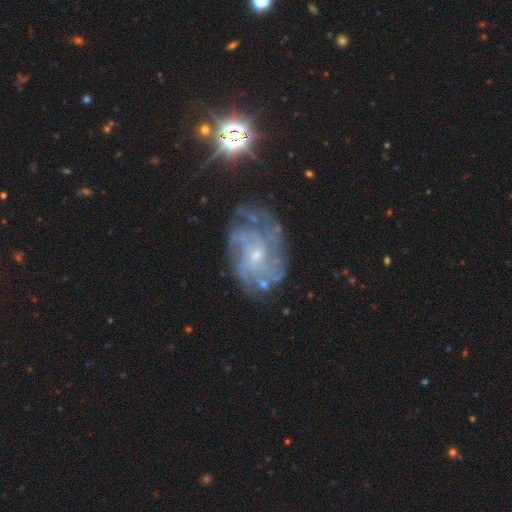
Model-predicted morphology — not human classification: The model was most divided on "spiral arm count": can't tell: 36%, 4: 20%, more than 4: 14%, 3: 13%, 2: 10%, 1: 7%. More confident: edge-on disk — no (97%); spiral arms — yes (95%); smooth or featured — featured or disk (84%); bulge size — small (70%); merging — none (68%); bar — no (63%); spiral winding — tight (58%).